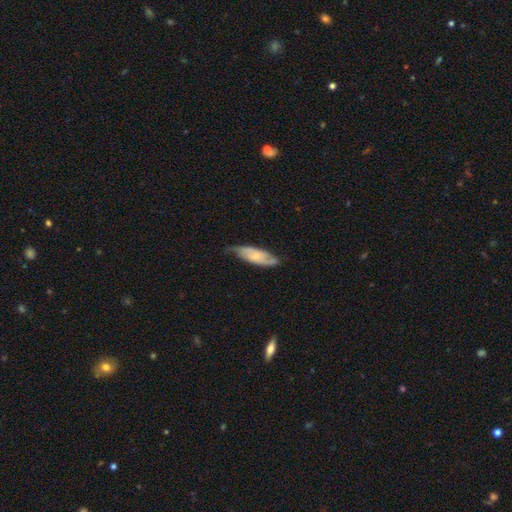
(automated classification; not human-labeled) A featured or disk galaxy (59%). Merging: none (63%).